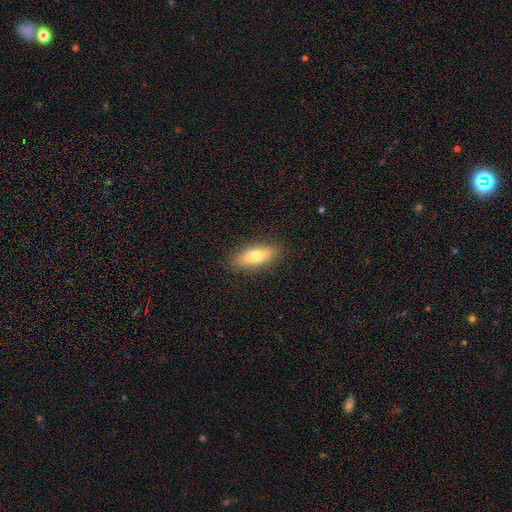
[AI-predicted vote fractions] Q: Smooth or featured?
A: smooth (71%); runner-up: featured or disk (22%)
Q: How rounded?
A: in between (65%); runner-up: cigar-shaped (32%)
Q: Merging?
A: none (88%); runner-up: minor disturbance (9%)